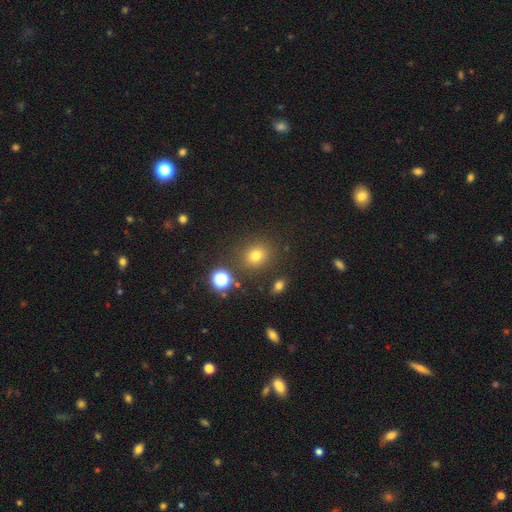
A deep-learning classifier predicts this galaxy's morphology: The model was most divided on "how rounded": round: 74%, in between: 25%, cigar-shaped: 1%. More confident: merging — none (84%); smooth or featured — smooth (74%).